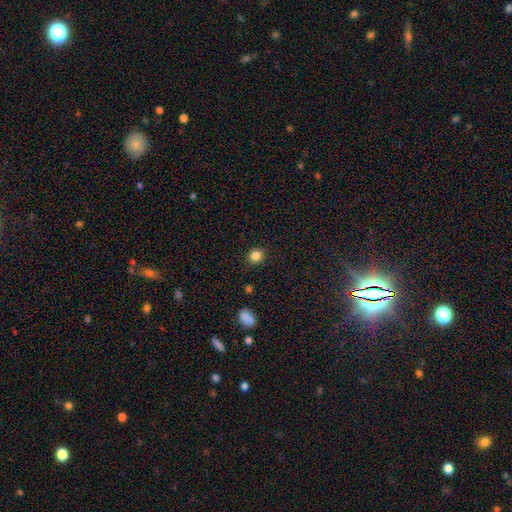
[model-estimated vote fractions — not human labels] A smooth galaxy with no disk features (84%) that is round (83%).

Vote fractions:
- Smooth or featured? smooth: 84% / star or artifact: 12% / featured or disk: 4%
- How rounded? round: 83% / in between: 16% / cigar-shaped: 1%
- Merging? none: 89% / minor disturbance: 7% / major disturbance: 2% / merger: 1%